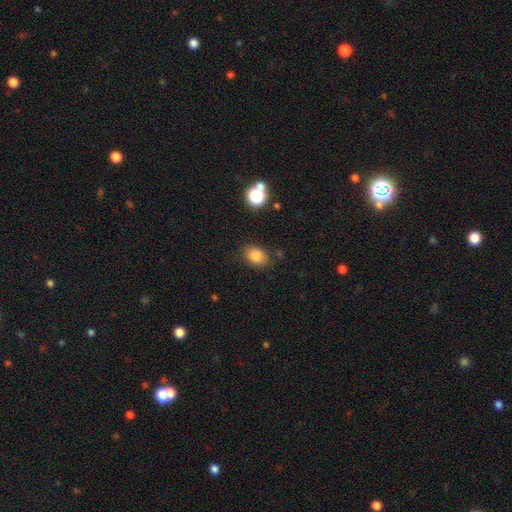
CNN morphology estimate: smooth_or_featured: smooth (p=0.84) [alt: star or artifact p=0.11]
how_rounded: in between (p=0.73) [alt: round p=0.26]
merging: none (p=0.80) [alt: minor disturbance p=0.13]